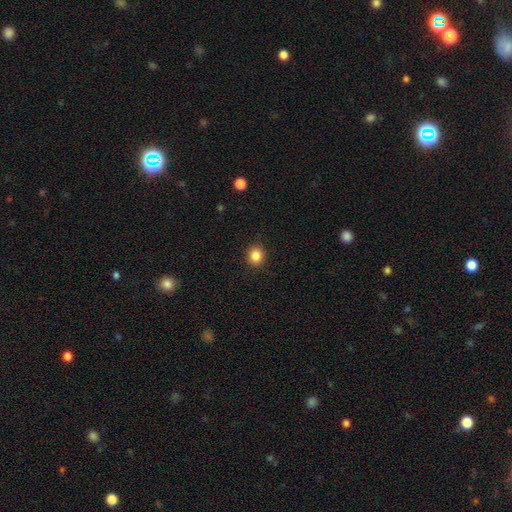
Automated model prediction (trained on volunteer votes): This appears to be a smooth galaxy with no disk features (86%) that is round (77%). Merging: none (91%).